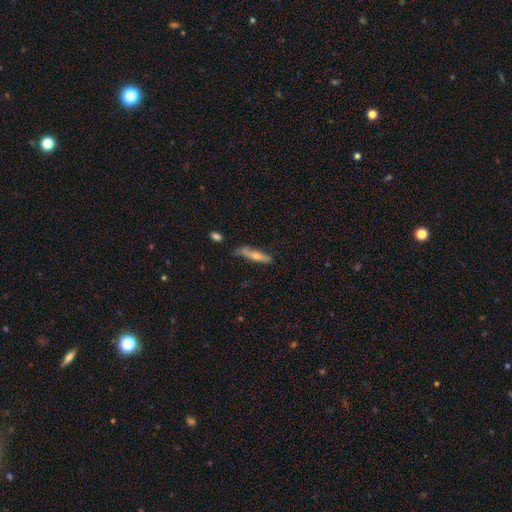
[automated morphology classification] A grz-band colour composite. It shows a smooth galaxy with no disk features (64%) that is cigar-shaped (83%). Merging: none (62%).